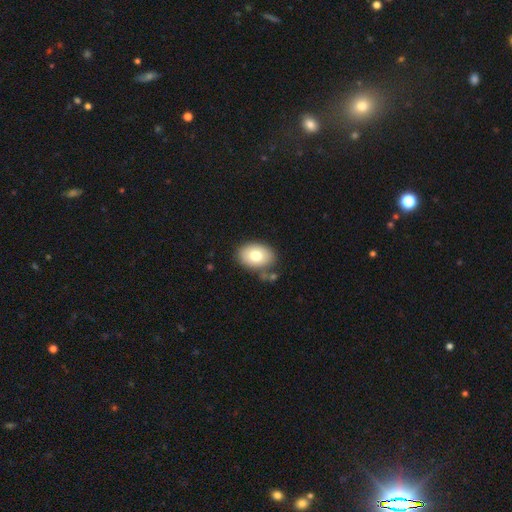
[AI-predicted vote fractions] Smooth or featured?
  - smooth: 76% *
  - featured or disk: 17%
  - star or artifact: 8%
How rounded?
  - in between: 78% *
  - round: 21%
  - cigar-shaped: 1%
Merging?
  - none: 75% *
  - minor disturbance: 14%
  - merger: 7%
  - major disturbance: 4%